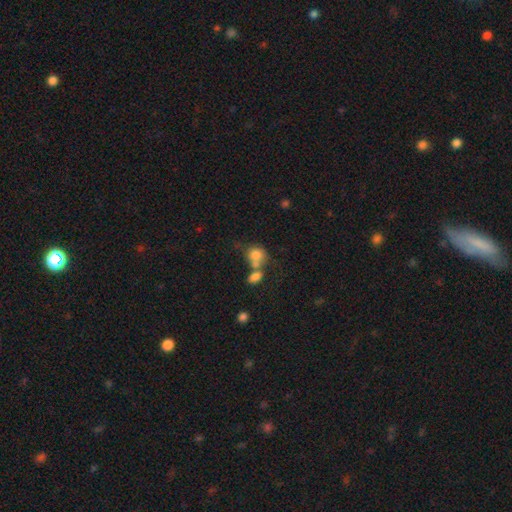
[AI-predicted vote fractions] smooth-or-featured: smooth: 79% | featured or disk: 12% | star or artifact: 10%
  how-rounded: round: 67% | in between: 31% | cigar-shaped: 1%
  merging: merger: 47% | none: 35% | minor disturbance: 12% | major disturbance: 7%